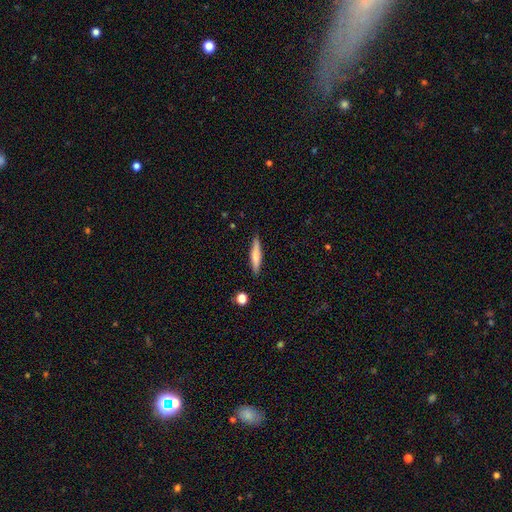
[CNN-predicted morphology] Overall: smooth (67%). How rounded: cigar-shaped (88%). Merging: none (87%).